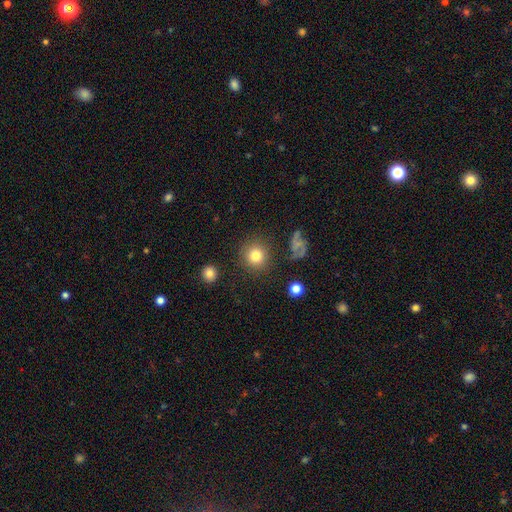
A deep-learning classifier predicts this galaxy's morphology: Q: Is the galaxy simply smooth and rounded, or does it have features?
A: smooth — 80%.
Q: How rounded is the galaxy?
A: round — 91%.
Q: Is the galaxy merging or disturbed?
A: none — 83%.